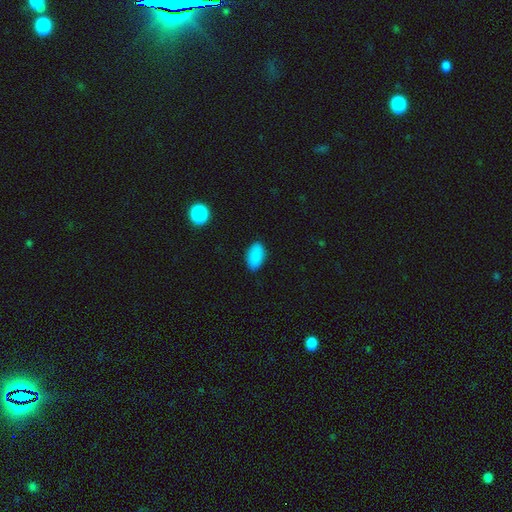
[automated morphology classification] Smooth or featured? smooth (89%)
How rounded? in between (93%)
Merging? none (86%)